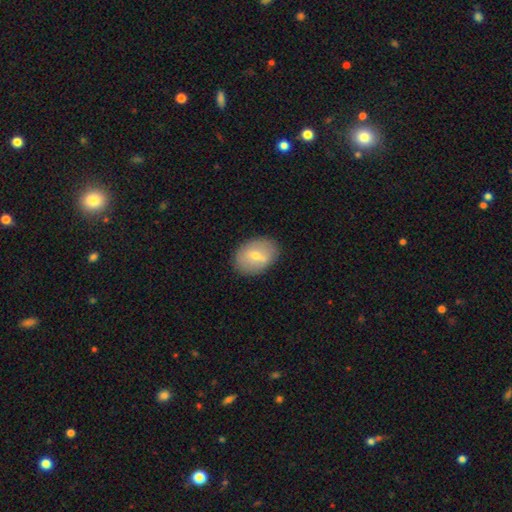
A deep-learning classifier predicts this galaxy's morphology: A smooth galaxy with no disk features (59%) that is in between round and cigar-shaped (76%). Merging: none (84%).